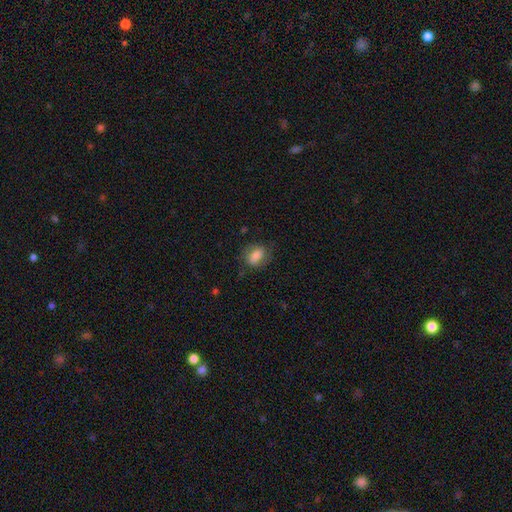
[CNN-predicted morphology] Smooth or featured?
  - smooth: 76% *
  - featured or disk: 16%
  - star or artifact: 8%
How rounded?
  - in between: 75% *
  - round: 22%
  - cigar-shaped: 3%
Merging?
  - none: 69% *
  - minor disturbance: 21%
  - major disturbance: 9%
  - merger: 1%